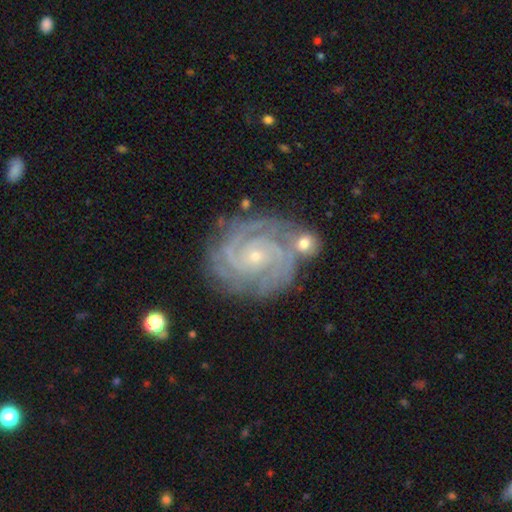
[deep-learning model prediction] Smooth or featured?
  - featured or disk: 91% *
  - star or artifact: 6%
  - smooth: 4%
Edge-on disk?
  - no: 97% *
  - yes: 3%
Bar?
  - no: 74% *
  - weak: 19%
  - strong: 7%
Spiral arms?
  - yes: 98% *
  - no: 2%
Spiral winding?
  - tight: 80% *
  - medium: 18%
  - loose: 2%
Spiral arm count?
  - 3: 28% *
  - 2: 27%
  - 4: 18%
  - can't tell: 14%
  - more than 4: 8%
  - 1: 6%
Bulge size?
  - small: 83% *
  - moderate: 13%
  - none: 1%
  - large: 1%
  - dominant: 1%
Merging?
  - none: 71% *
  - minor disturbance: 16%
  - merger: 8%
  - major disturbance: 5%